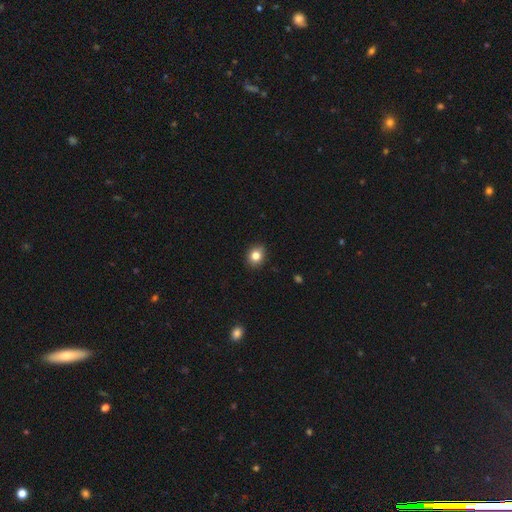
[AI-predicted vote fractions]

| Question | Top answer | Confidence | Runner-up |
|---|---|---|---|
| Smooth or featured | smooth | 82% | star or artifact (11%) |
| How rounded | round | 63% | in between (37%) |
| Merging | none | 88% | minor disturbance (9%) |